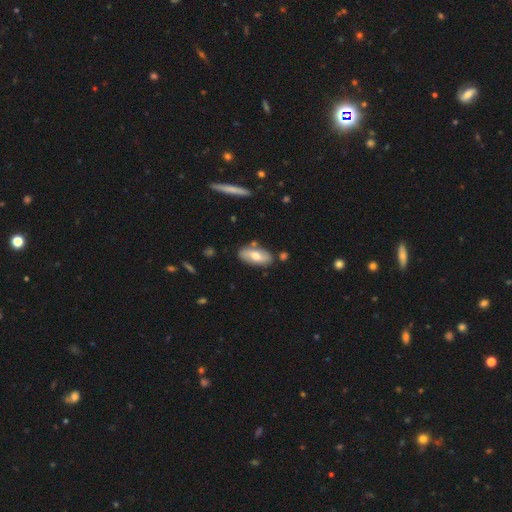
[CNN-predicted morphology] smooth-or-featured: smooth: 65% | featured or disk: 29% | star or artifact: 6%
  how-rounded: in between: 89% | cigar-shaped: 8% | round: 3%
  merging: none: 79% | minor disturbance: 13% | merger: 5% | major disturbance: 3%